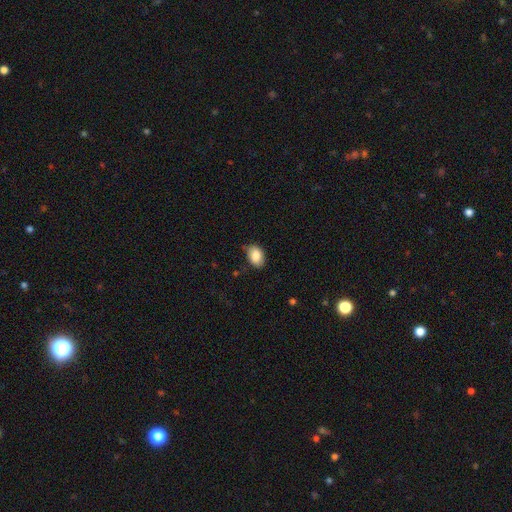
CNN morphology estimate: Smooth or featured? smooth (86%)
How rounded? in between (82%)
Merging? none (74%)